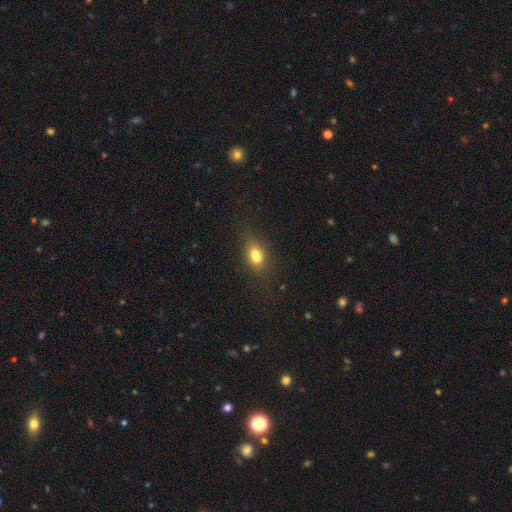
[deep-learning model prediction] smooth 68%, featured or disk 19%, star or artifact 13%. Down the decision tree: how rounded — in between (67%); merging — merger (43%).